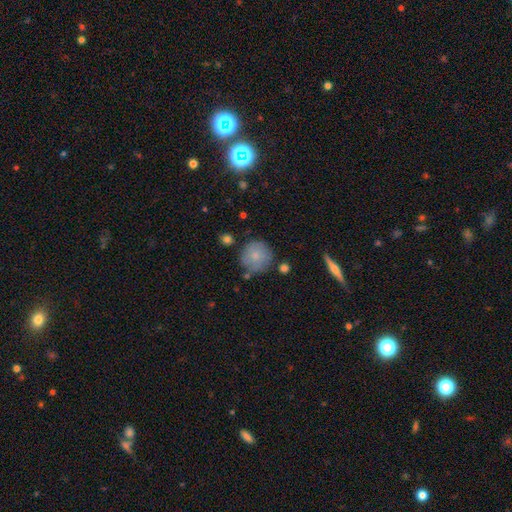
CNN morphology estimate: Overall: smooth (78%). How rounded: round (93%). Merging: none (72%).